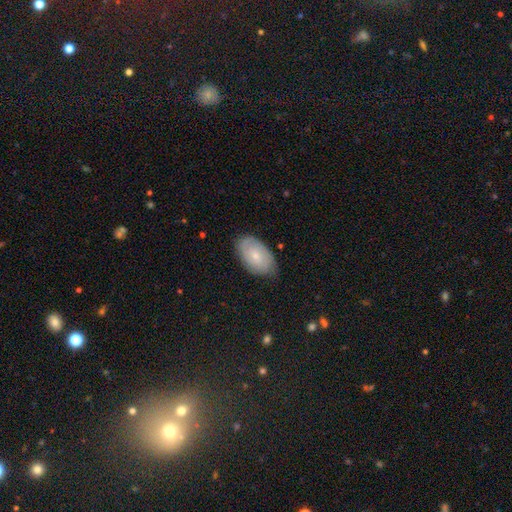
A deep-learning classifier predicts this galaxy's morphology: A smooth galaxy with no disk features (54%) that is in between round and cigar-shaped (92%). Merging: none (77%).